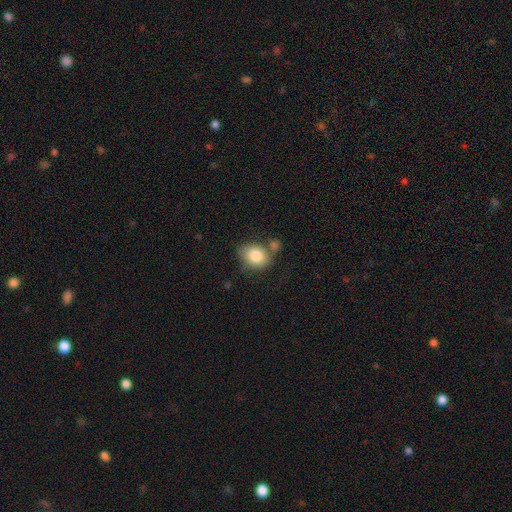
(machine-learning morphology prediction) smooth 83%, featured or disk 9%, star or artifact 8%. Down the decision tree: how rounded — round (51%); merging — none (58%).